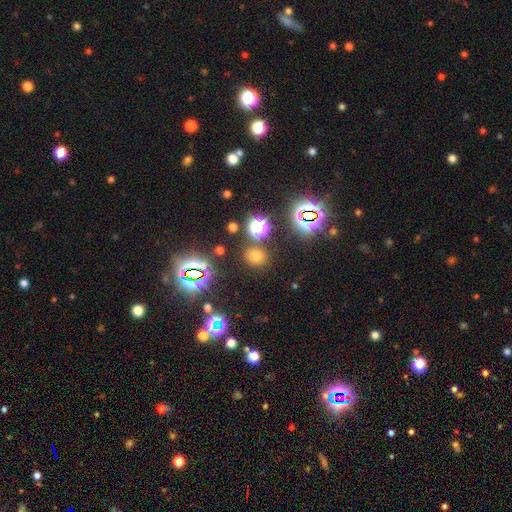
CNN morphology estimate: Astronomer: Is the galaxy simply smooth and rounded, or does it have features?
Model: smooth — 60%.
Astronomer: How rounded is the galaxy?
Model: round — 77%.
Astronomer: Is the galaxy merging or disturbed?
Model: none — 84%.